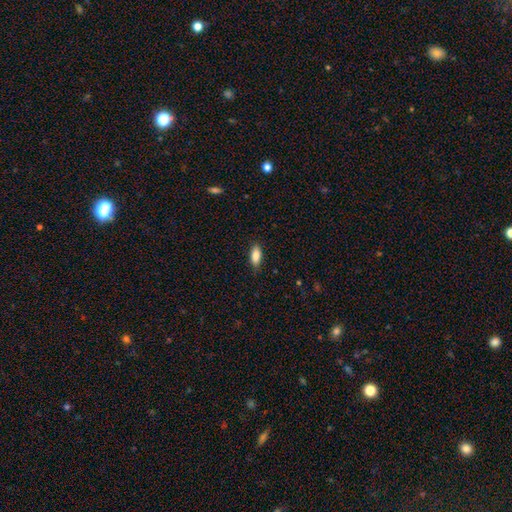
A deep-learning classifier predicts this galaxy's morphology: Smooth or featured? Predicted: smooth (p=0.86). How rounded? Predicted: in between (p=0.79). Merging? Predicted: none (p=0.84).